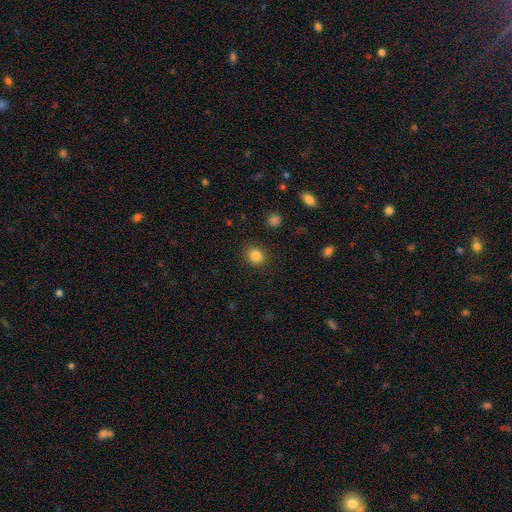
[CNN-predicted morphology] smooth-or-featured: smooth: 84% | star or artifact: 11% | featured or disk: 5%
  how-rounded: round: 75% | in between: 24% | cigar-shaped: 1%
  merging: none: 89% | minor disturbance: 7% | major disturbance: 3% | merger: 1%